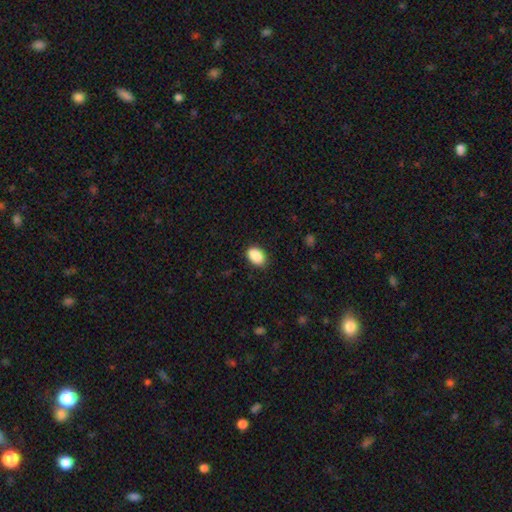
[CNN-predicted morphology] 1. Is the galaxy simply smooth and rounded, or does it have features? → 90% smooth, 7% star or artifact, 3% featured or disk.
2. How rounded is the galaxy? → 86% in between, 13% round, 1% cigar-shaped.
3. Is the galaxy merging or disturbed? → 85% none, 12% minor disturbance, 2% major disturbance, 1% merger.